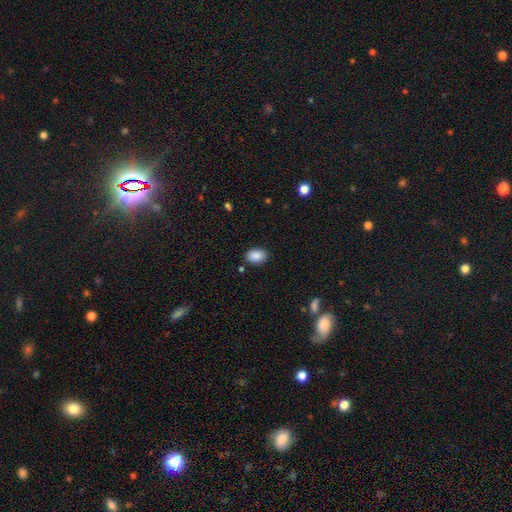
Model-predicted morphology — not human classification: A smooth galaxy with no disk features (88%) that is in between round and cigar-shaped (84%).

Vote fractions:
- Smooth or featured? smooth: 88% / star or artifact: 8% / featured or disk: 4%
- How rounded? in between: 84% / round: 15% / cigar-shaped: 1%
- Merging? none: 85% / minor disturbance: 10% / major disturbance: 3% / merger: 2%